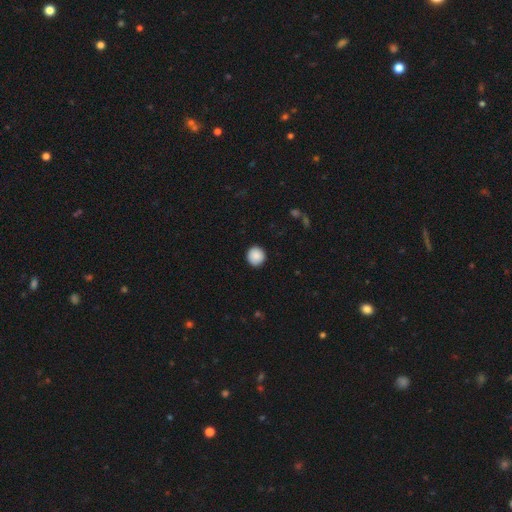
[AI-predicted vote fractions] smooth-or-featured: smooth: 89% | star or artifact: 8% | featured or disk: 3%
  how-rounded: round: 93% | in between: 6% | cigar-shaped: 1%
  merging: none: 92% | minor disturbance: 6% | major disturbance: 2% | merger: 1%